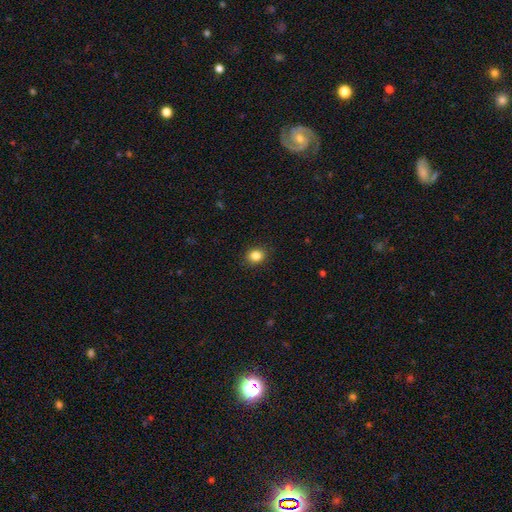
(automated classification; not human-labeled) Smooth or featured?
  - smooth: 85% *
  - star or artifact: 10%
  - featured or disk: 5%
How rounded?
  - round: 53% *
  - in between: 46%
  - cigar-shaped: 1%
Merging?
  - none: 89% *
  - minor disturbance: 8%
  - major disturbance: 2%
  - merger: 1%